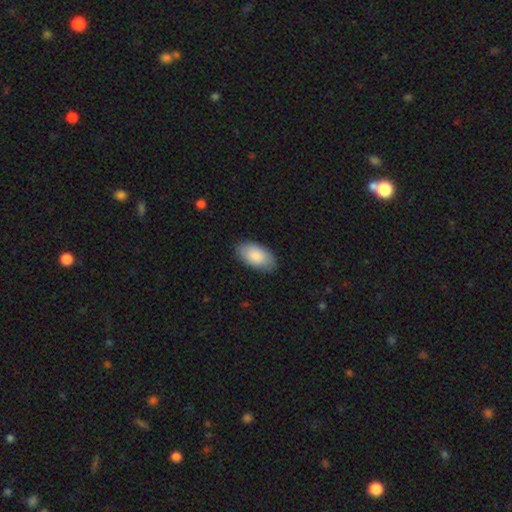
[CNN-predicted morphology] Smooth or featured? Predicted: smooth (p=0.86). How rounded? Predicted: in between (p=0.96). Merging? Predicted: none (p=0.86).